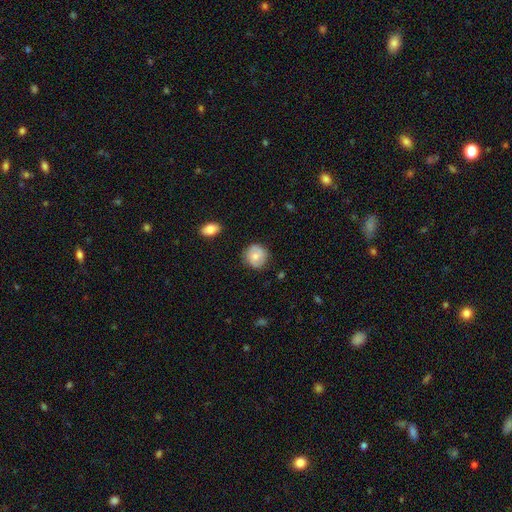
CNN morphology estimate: Smooth or featured: smooth — 64% (featured or disk — 28%)
How rounded: round — 88% (in between — 11%)
Merging: none — 81% (minor disturbance — 15%)